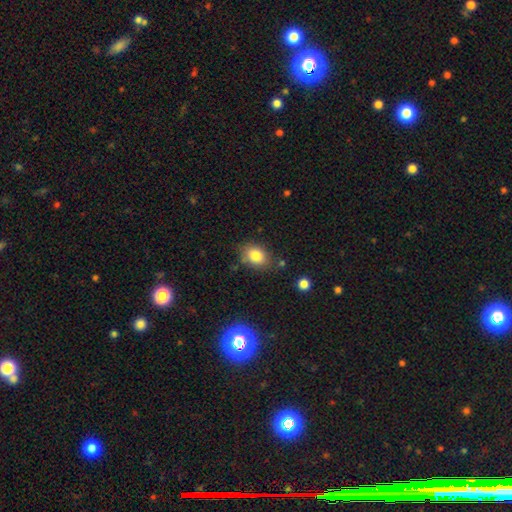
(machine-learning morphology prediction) Smooth or featured: smooth — 82% (star or artifact — 10%)
How rounded: in between — 68% (round — 31%)
Merging: none — 76% (minor disturbance — 16%)